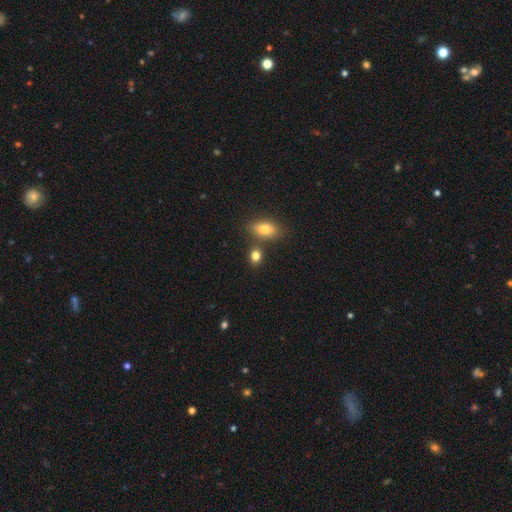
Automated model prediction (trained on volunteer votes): This appears to be a smooth galaxy with no disk features (82%) that is in between round and cigar-shaped (56%). Merging: none (68%).